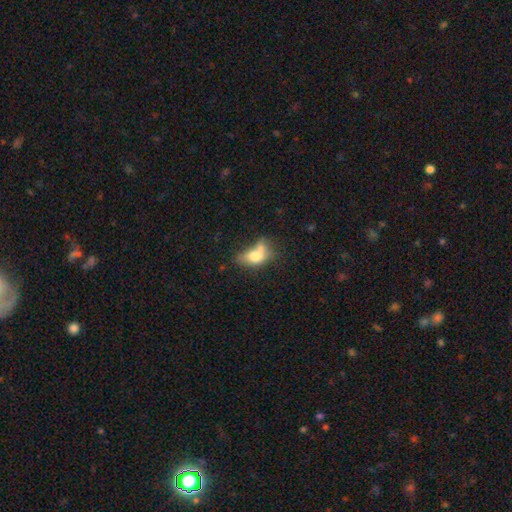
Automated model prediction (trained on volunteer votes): smooth_or_featured: smooth (p=0.71) [alt: featured or disk p=0.20]
how_rounded: in between (p=0.82) [alt: round p=0.14]
merging: merger (p=0.40) [alt: none p=0.24]